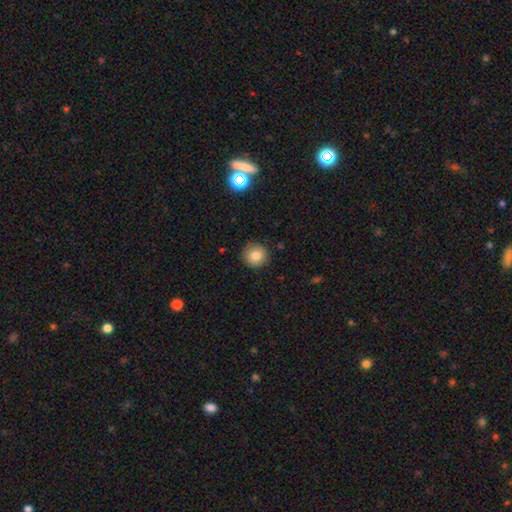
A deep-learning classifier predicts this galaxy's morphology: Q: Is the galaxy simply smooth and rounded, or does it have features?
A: smooth — 82%.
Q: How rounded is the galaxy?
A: round — 94%.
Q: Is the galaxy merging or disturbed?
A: none — 89%.